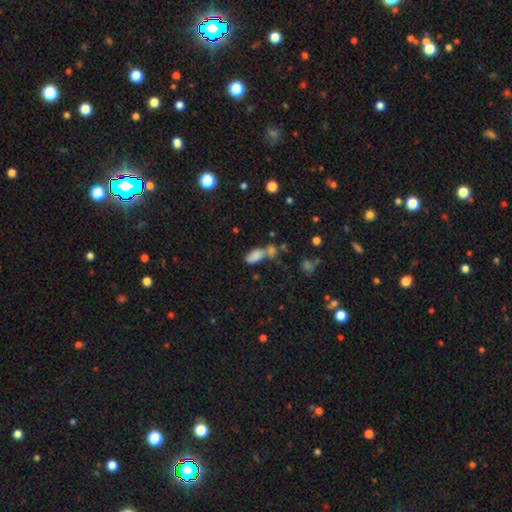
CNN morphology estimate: smooth 79%, star or artifact 11%, featured or disk 9%. Down the decision tree: how rounded — in between (90%); merging — merger (46%).